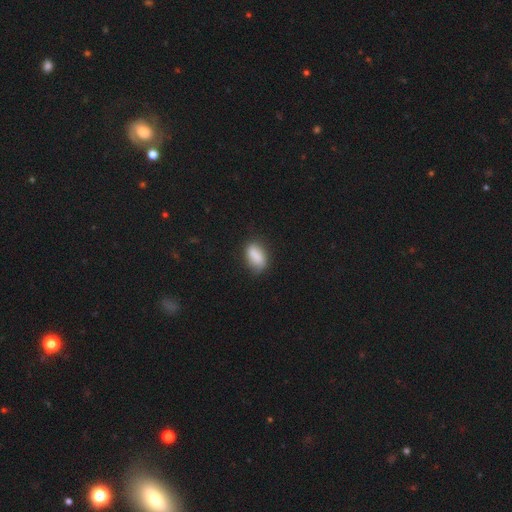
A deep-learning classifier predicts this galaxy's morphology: A smooth galaxy with no disk features (85%) that is in between round and cigar-shaped (88%).

Vote fractions:
- Smooth or featured? smooth: 85% / featured or disk: 8% / star or artifact: 7%
- How rounded? in between: 88% / round: 6% / cigar-shaped: 6%
- Merging? none: 72% / minor disturbance: 22% / major disturbance: 5% / merger: 2%